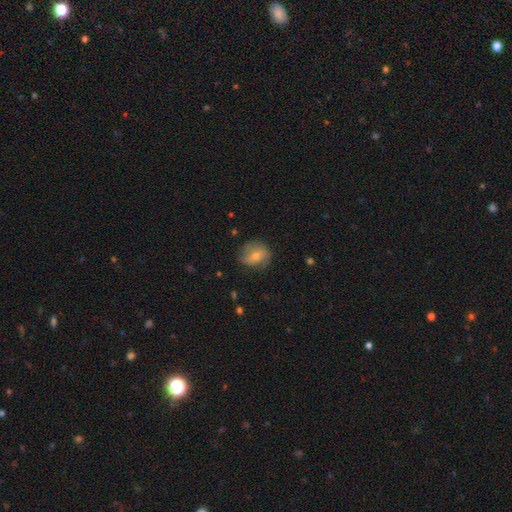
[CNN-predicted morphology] Smooth or featured?
  - featured or disk: 49% *
  - smooth: 40%
  - star or artifact: 11%
Merging?
  - none: 70% *
  - minor disturbance: 22%
  - major disturbance: 7%
  - merger: 1%